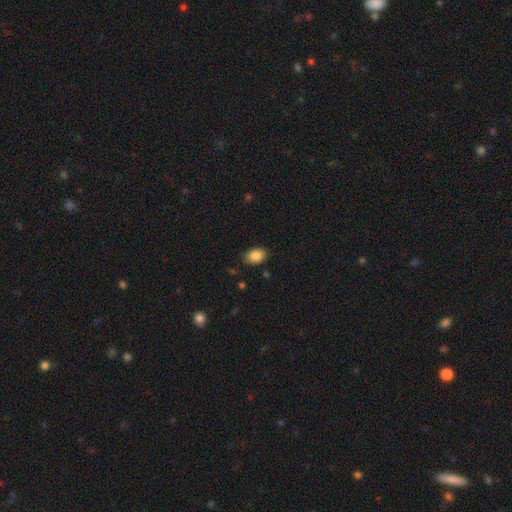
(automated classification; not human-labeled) This is clearly a smooth galaxy (86%). How rounded: clearly in between (88%). Merging: clearly none (86%).